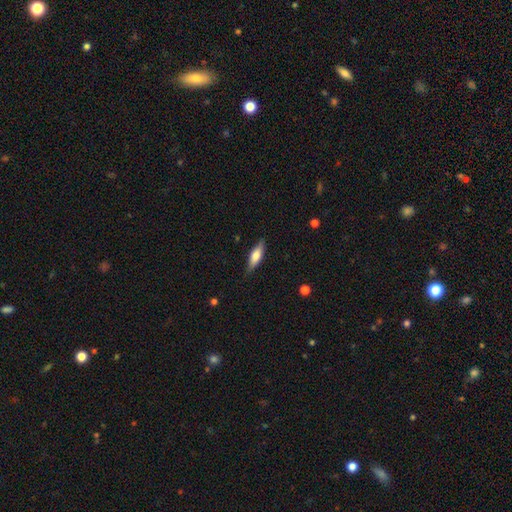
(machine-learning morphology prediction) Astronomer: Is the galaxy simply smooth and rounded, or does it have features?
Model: smooth — 56% (runner-up: featured or disk, 38%).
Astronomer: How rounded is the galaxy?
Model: cigar-shaped — 53% (runner-up: in between, 44%).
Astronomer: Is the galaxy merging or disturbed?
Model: none — 84%.